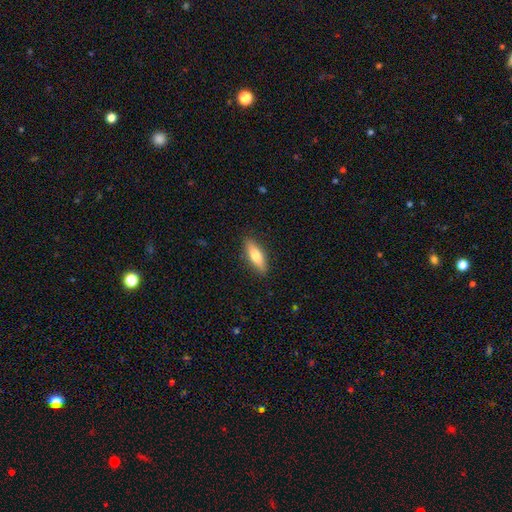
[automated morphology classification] Smooth or featured?
  - smooth: 72% *
  - featured or disk: 22%
  - star or artifact: 6%
How rounded?
  - in between: 52% *
  - cigar-shaped: 46%
  - round: 2%
Merging?
  - none: 88% *
  - minor disturbance: 9%
  - major disturbance: 2%
  - merger: 1%